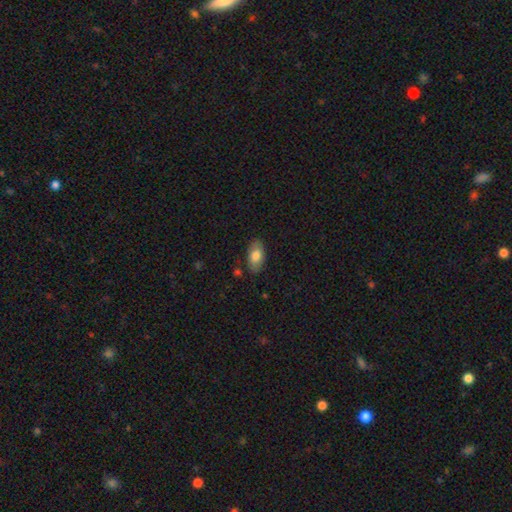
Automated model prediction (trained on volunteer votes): Overall: smooth (77%). How rounded: in between (93%). Merging: none (83%).